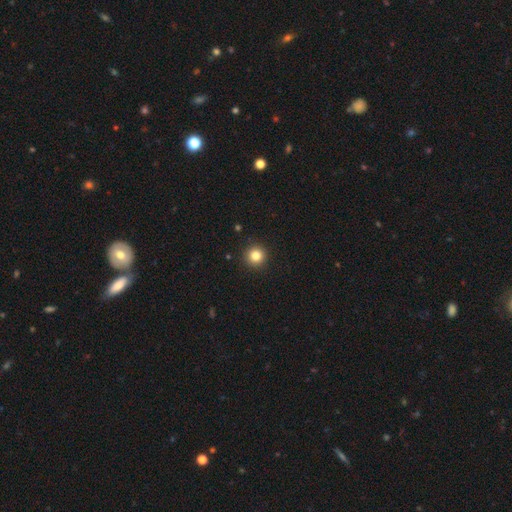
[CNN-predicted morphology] type=smooth (82%); roundness=round (96%); merging=none (93%).